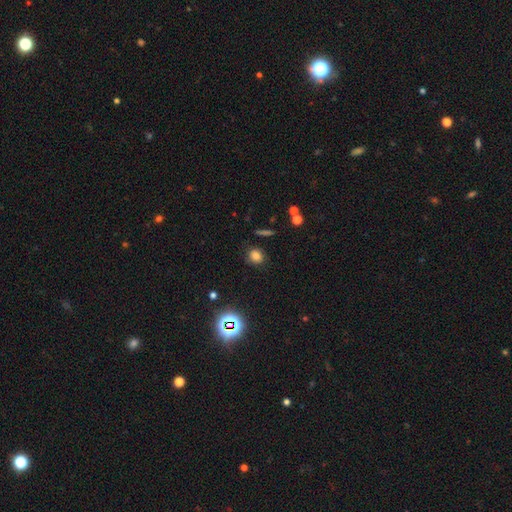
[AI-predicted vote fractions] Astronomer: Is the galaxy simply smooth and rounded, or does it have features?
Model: smooth — 76%.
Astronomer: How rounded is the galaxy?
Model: round — 74%.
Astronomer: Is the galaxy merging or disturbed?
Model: none — 82%.